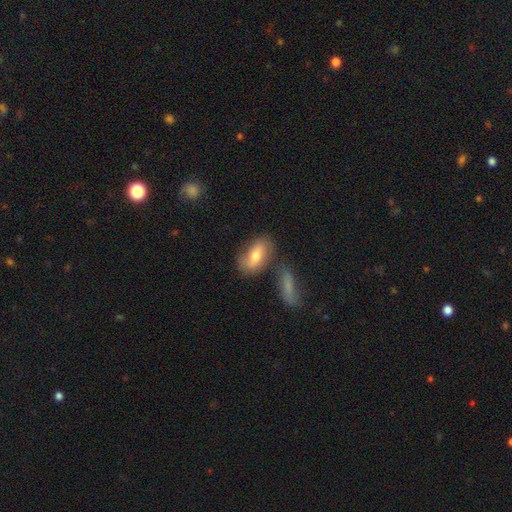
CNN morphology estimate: The model was most divided on "smooth or featured": smooth: 62%, featured or disk: 30%, star or artifact: 7%. More confident: how rounded — in between (85%); merging — none (61%).